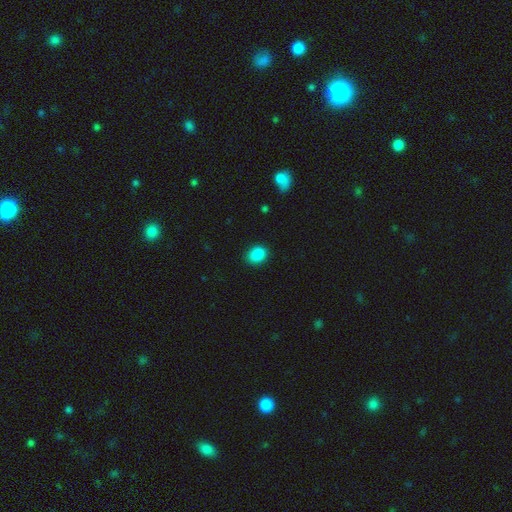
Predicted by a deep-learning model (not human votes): smooth-or-featured: smooth: 86% | star or artifact: 10% | featured or disk: 4%
  how-rounded: in between: 56% | round: 43% | cigar-shaped: 1%
  merging: none: 82% | minor disturbance: 14% | major disturbance: 3% | merger: 1%